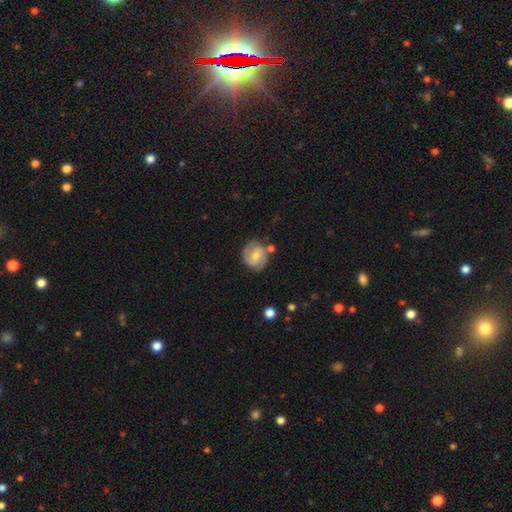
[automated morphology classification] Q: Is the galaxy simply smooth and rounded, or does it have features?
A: featured or disk — 68%.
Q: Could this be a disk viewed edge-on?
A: no — 97%.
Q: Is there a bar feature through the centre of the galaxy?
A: weak — 49%.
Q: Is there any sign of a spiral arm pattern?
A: yes — 91%.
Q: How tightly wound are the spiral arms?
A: medium — 46%.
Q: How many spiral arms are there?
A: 2 — 80%.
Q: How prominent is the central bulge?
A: moderate — 53%.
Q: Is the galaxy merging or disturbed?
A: none — 71%.